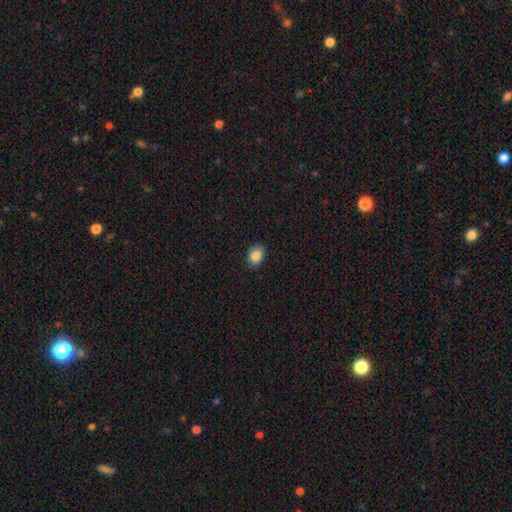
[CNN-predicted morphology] Q: Smooth or featured?
A: smooth (87%); runner-up: star or artifact (9%)
Q: How rounded?
A: in between (61%); runner-up: round (38%)
Q: Merging?
A: none (86%); runner-up: minor disturbance (11%)